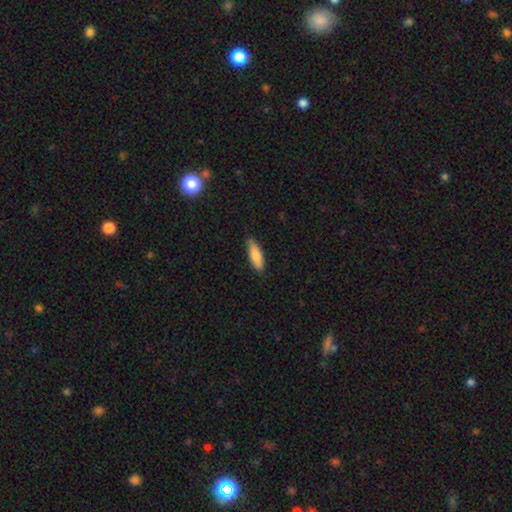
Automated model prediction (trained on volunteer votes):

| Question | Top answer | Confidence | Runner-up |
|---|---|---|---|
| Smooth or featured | smooth | 80% | featured or disk (14%) |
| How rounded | in between | 52% | cigar-shaped (46%) |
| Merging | none | 84% | minor disturbance (13%) |